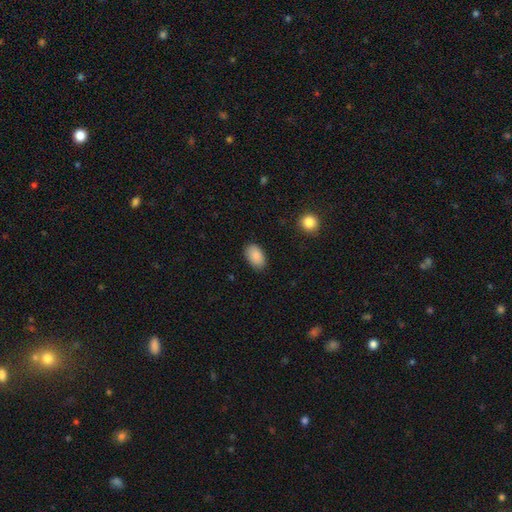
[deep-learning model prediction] smooth-or-featured: smooth: 89% | star or artifact: 7% | featured or disk: 4%
  how-rounded: in between: 92% | round: 7% | cigar-shaped: 1%
  merging: none: 85% | minor disturbance: 11% | major disturbance: 2% | merger: 1%